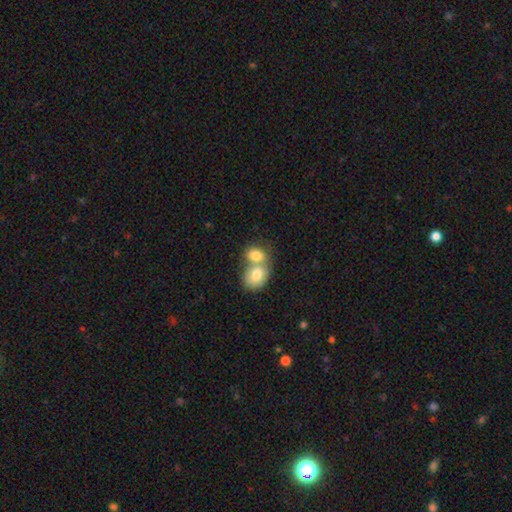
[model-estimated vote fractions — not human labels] The model was most divided on "how rounded": in between: 65%, round: 33%, cigar-shaped: 1%. More confident: smooth or featured — smooth (78%); merging — merger (70%).